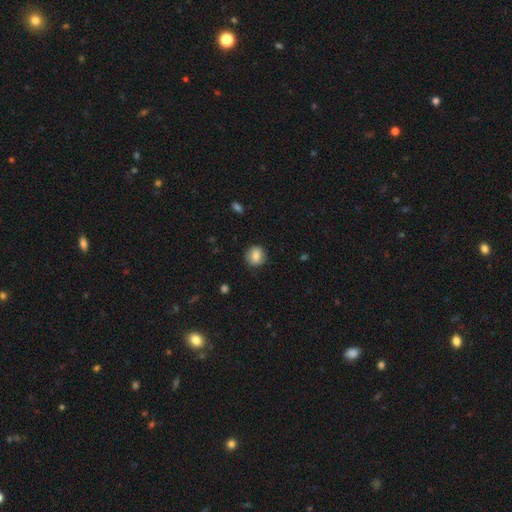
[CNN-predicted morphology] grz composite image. It shows a smooth galaxy with no disk features (84%) that is round (82%). Merging: none (86%).